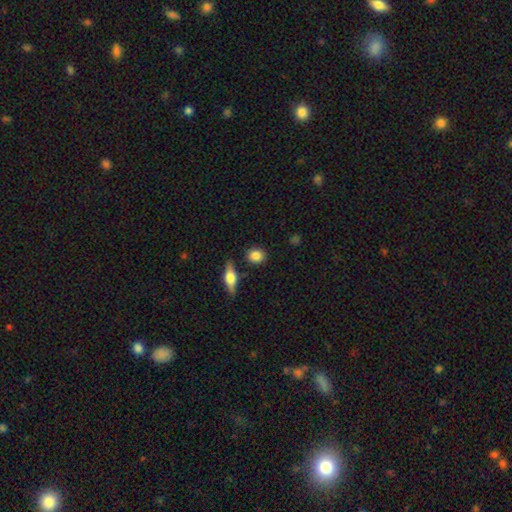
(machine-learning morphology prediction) The model was most divided on "how rounded": round: 67%, in between: 30%, cigar-shaped: 3%. More confident: merging — none (85%); smooth or featured — smooth (83%).